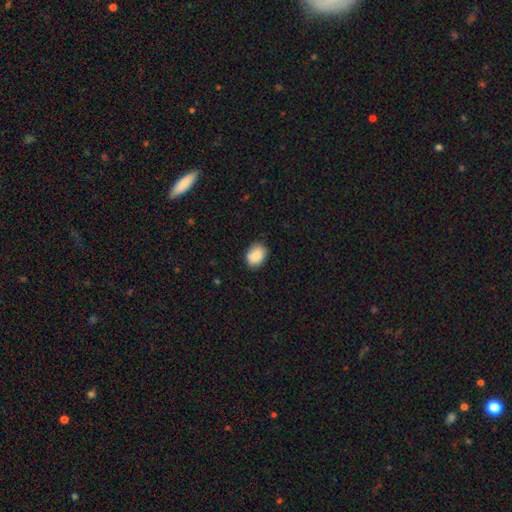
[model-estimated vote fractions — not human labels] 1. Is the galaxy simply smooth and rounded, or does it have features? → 90% smooth, 7% star or artifact, 3% featured or disk.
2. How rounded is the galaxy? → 69% in between, 30% round, 1% cigar-shaped.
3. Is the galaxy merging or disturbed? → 85% none, 12% minor disturbance, 2% major disturbance, 1% merger.